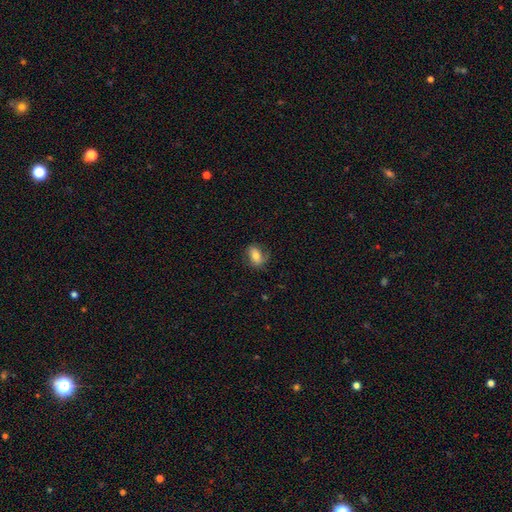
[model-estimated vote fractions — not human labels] Smooth or featured?
  - smooth: 68% *
  - featured or disk: 23%
  - star or artifact: 9%
How rounded?
  - in between: 80% *
  - round: 18%
  - cigar-shaped: 2%
Merging?
  - none: 65% *
  - minor disturbance: 23%
  - major disturbance: 11%
  - merger: 1%